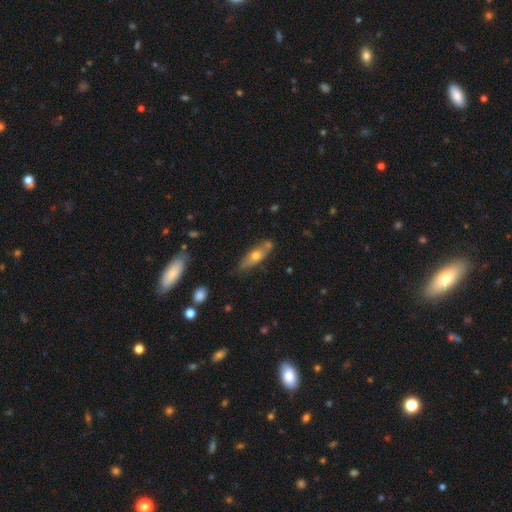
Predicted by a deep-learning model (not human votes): smooth_or_featured: smooth (p=0.56) [alt: featured or disk p=0.37]
how_rounded: in between (p=0.51) [alt: cigar-shaped p=0.45]
merging: none (p=0.65) [alt: minor disturbance p=0.21]